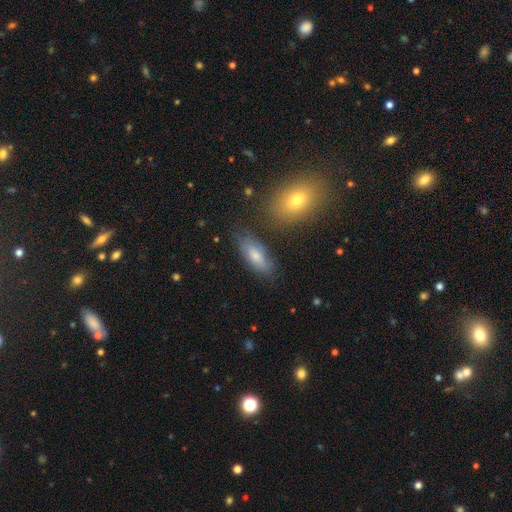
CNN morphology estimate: The model was most divided on "how rounded": in between: 74%, cigar-shaped: 23%, round: 3%. More confident: smooth or featured — smooth (72%); merging — none (70%).